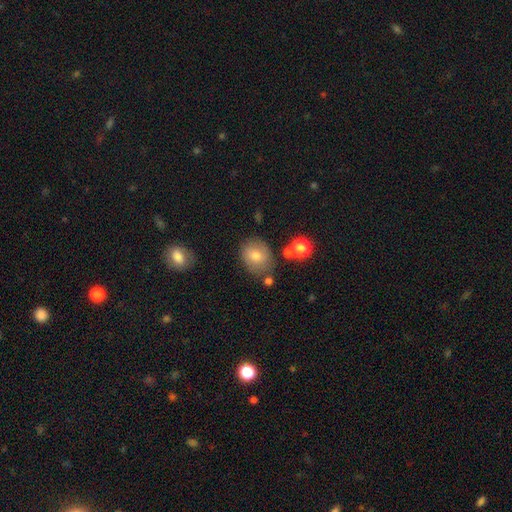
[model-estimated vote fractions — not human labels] smooth-or-featured: smooth: 74% | featured or disk: 16% | star or artifact: 11%
  how-rounded: round: 60% | in between: 39% | cigar-shaped: 1%
  merging: none: 74% | minor disturbance: 15% | merger: 6% | major disturbance: 5%